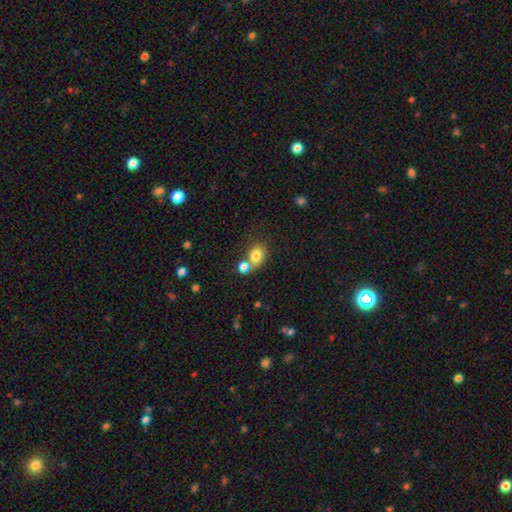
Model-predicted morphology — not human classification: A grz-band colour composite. It shows a smooth galaxy with no disk features (80%) that is round (60%). Merging: none (43%, tied with merger).